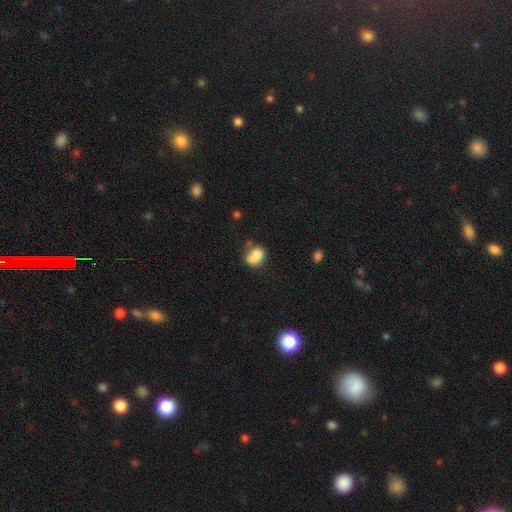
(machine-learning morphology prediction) A smooth galaxy with no disk features (75%) that is round (51%).

Vote fractions:
- Smooth or featured? smooth: 75% / featured or disk: 15% / star or artifact: 10%
- How rounded? round: 51% / in between: 48% / cigar-shaped: 1%
- Merging? merger: 37% / none: 34% / minor disturbance: 19% / major disturbance: 10%